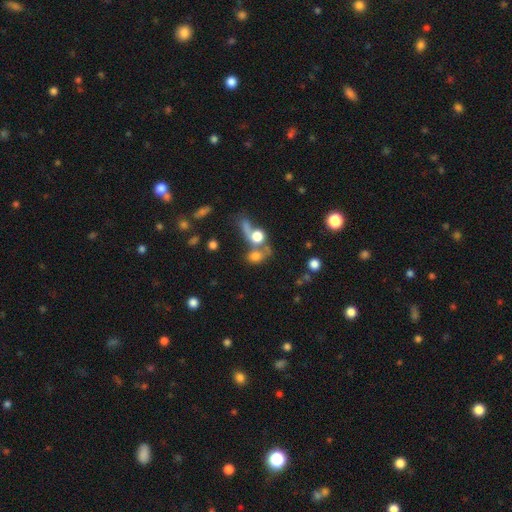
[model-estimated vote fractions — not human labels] Morphology: type=smooth (68%); roundness=round (53%); merging=merger (48%).